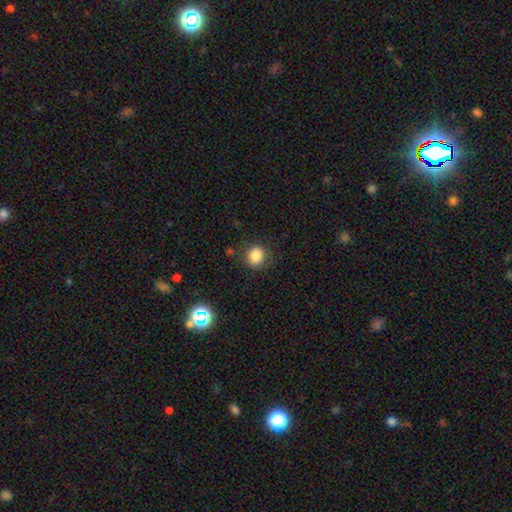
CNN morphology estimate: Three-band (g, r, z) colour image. It shows a smooth galaxy with no disk features (85%) that is round (80%). Merging: none (81%).